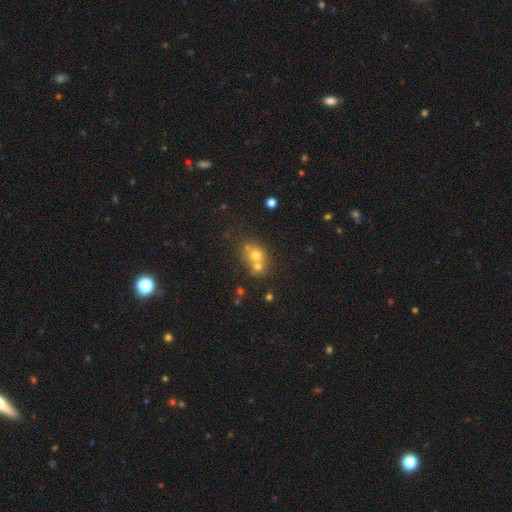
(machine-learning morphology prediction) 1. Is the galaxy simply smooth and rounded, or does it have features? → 62% smooth, 20% featured or disk, 18% star or artifact.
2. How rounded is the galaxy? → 73% round, 26% in between, 1% cigar-shaped.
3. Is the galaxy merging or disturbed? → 51% merger, 38% none, 7% minor disturbance, 3% major disturbance.